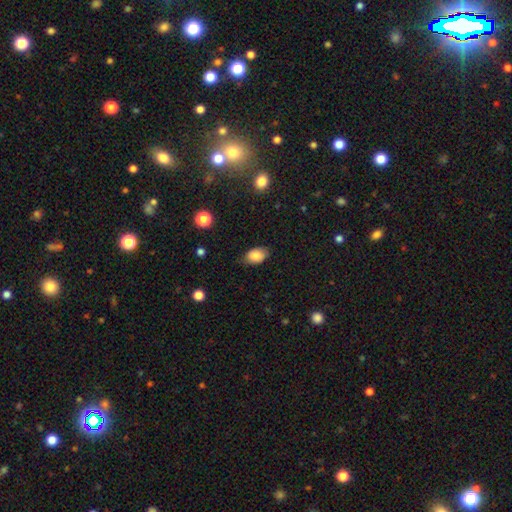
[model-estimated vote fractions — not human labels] Smooth or featured? smooth (83%)
How rounded? in between (87%)
Merging? none (75%)